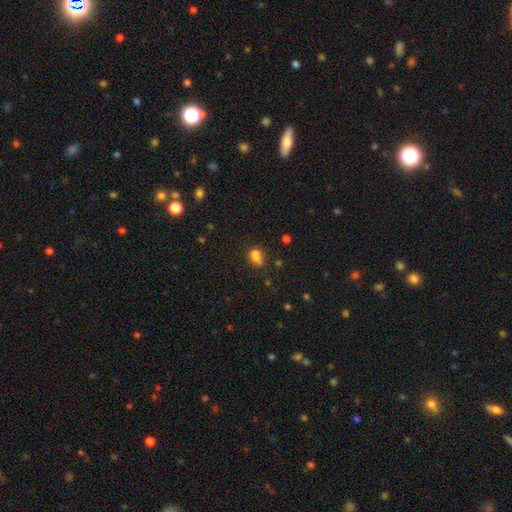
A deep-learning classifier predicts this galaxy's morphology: This appears to be a smooth galaxy with no disk features (78%) that is in between round and cigar-shaped (62%). Merging: none (45%).